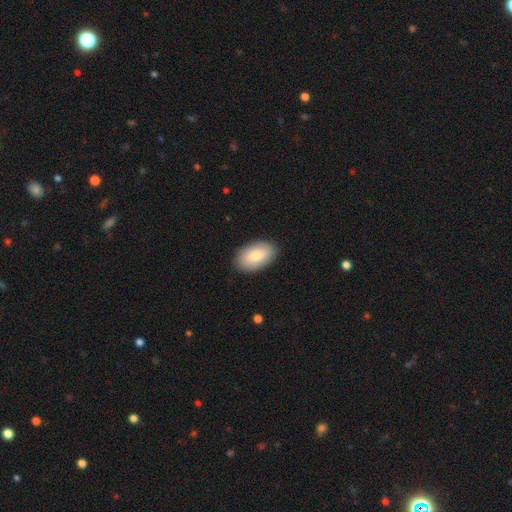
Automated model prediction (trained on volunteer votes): A smooth galaxy with no disk features (80%) that is in between round and cigar-shaped (94%).

Vote fractions:
- Smooth or featured? smooth: 80% / featured or disk: 14% / star or artifact: 6%
- How rounded? in between: 94% / round: 5% / cigar-shaped: 1%
- Merging? none: 88% / minor disturbance: 9% / major disturbance: 2% / merger: 1%